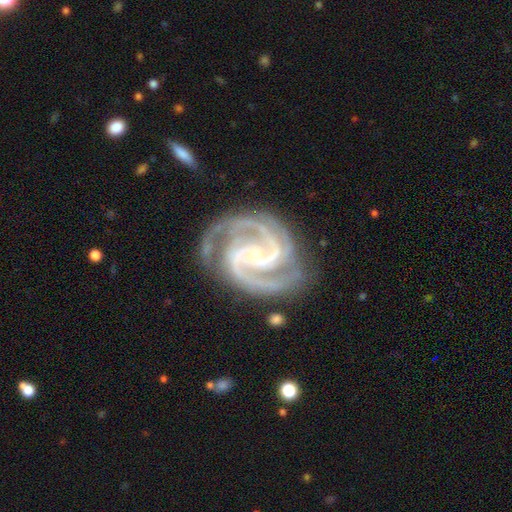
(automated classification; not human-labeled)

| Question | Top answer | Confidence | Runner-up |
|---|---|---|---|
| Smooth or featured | featured or disk | 94% | star or artifact (4%) |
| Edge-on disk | no | 98% | yes (2%) |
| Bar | no | 43% | weak (32%) |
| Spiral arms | yes | 99% | no (1%) |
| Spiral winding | tight | 50% | medium (46%) |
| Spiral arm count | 2 | 68% | 3 (20%) |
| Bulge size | small | 82% | moderate (14%) |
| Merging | none | 76% | minor disturbance (16%) |